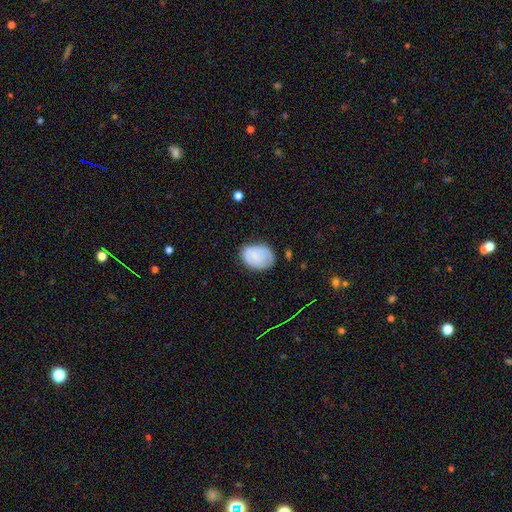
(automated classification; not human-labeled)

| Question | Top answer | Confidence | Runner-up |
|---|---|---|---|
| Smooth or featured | smooth | 76% | featured or disk (17%) |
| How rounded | in between | 75% | round (24%) |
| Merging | none | 69% | minor disturbance (24%) |